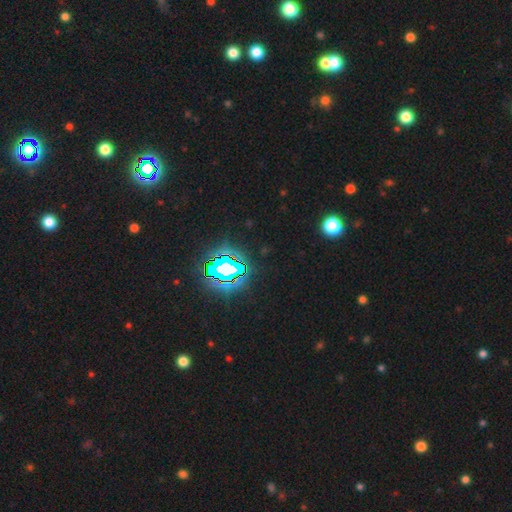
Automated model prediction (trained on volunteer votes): This is clearly a star or artifact rather than a galaxy (81%).